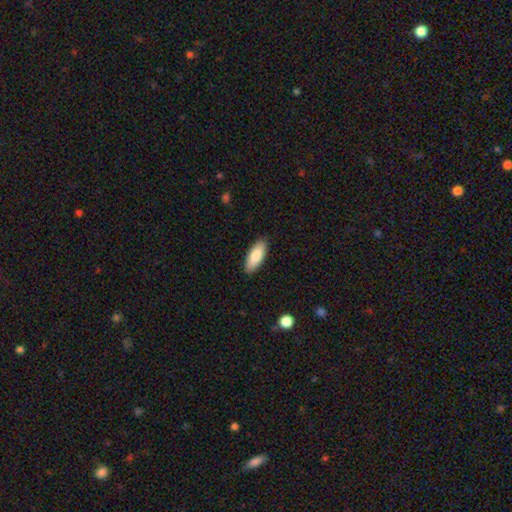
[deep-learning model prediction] smooth_or_featured: smooth (p=0.84) [alt: featured or disk p=0.10]
how_rounded: in between (p=0.79) [alt: cigar-shaped p=0.19]
merging: none (p=0.88) [alt: minor disturbance p=0.09]